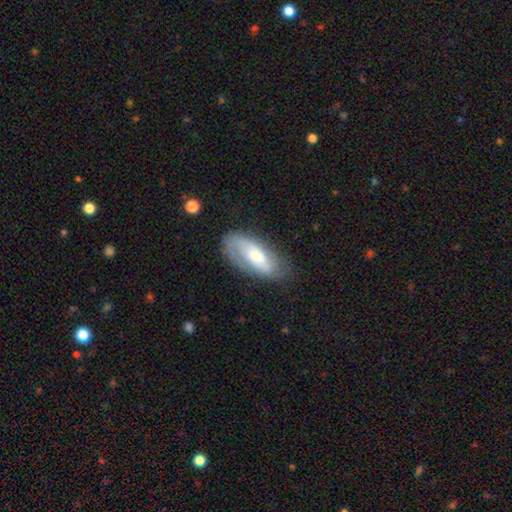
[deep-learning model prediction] The model was most divided on "smooth or featured": featured or disk: 56%, smooth: 38%, star or artifact: 6%. More confident: edge-on disk — no (89%); merging — none (69%).